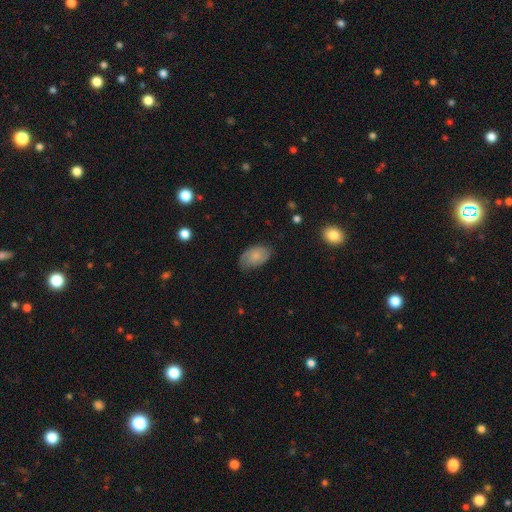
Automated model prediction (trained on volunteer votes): A smooth galaxy with no disk features (70%) that is in between round and cigar-shaped (91%). Merging: none (67%).